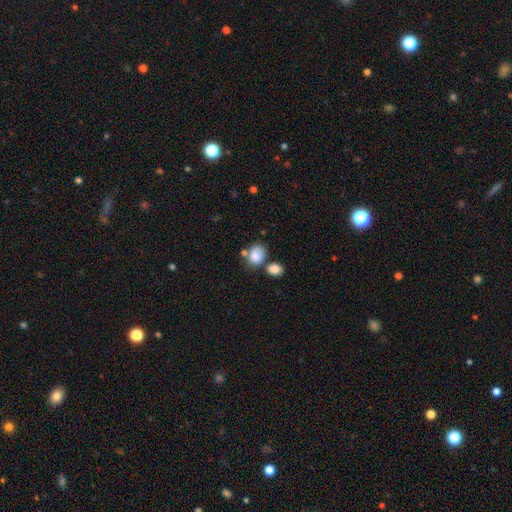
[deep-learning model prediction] This appears to be a smooth galaxy with no disk features (84%) that is in between round and cigar-shaped (60%). Merging: none (45%).